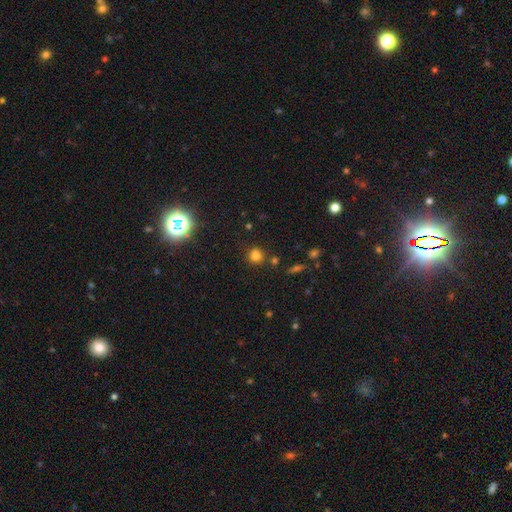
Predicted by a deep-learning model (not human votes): smooth_or_featured: smooth (p=0.76) [alt: star or artifact p=0.18]
how_rounded: round (p=0.86) [alt: in between p=0.13]
merging: none (p=0.80) [alt: minor disturbance p=0.10]